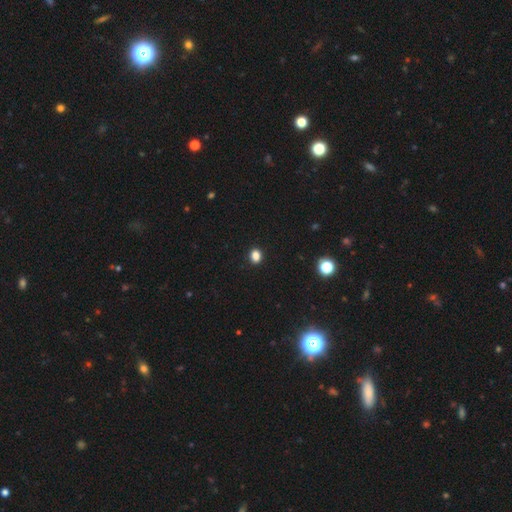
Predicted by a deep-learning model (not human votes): This is clearly a smooth galaxy (84%). How rounded: possibly round (53%). Merging: clearly none (92%).